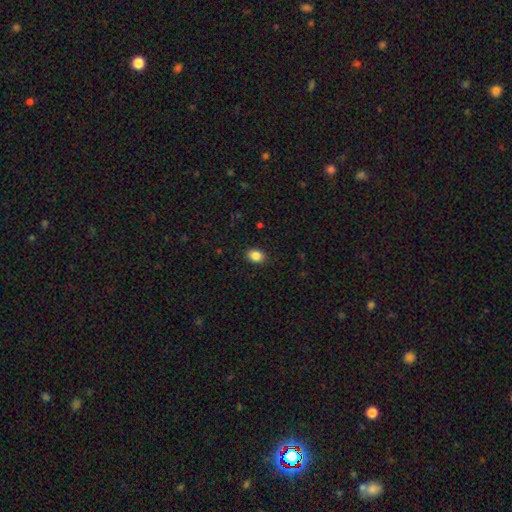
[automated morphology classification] smooth_or_featured: smooth (p=0.87) [alt: star or artifact p=0.09]
how_rounded: in between (p=0.70) [alt: round p=0.29]
merging: none (p=0.89) [alt: minor disturbance p=0.08]